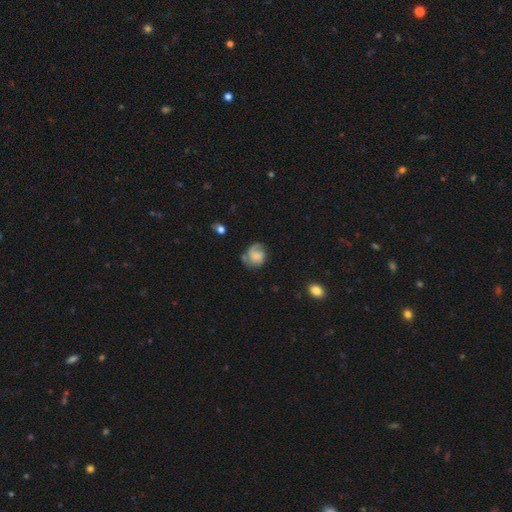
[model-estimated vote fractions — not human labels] smooth_or_featured: smooth (p=0.49) [alt: featured or disk p=0.43]
merging: none (p=0.50) [alt: minor disturbance p=0.27]